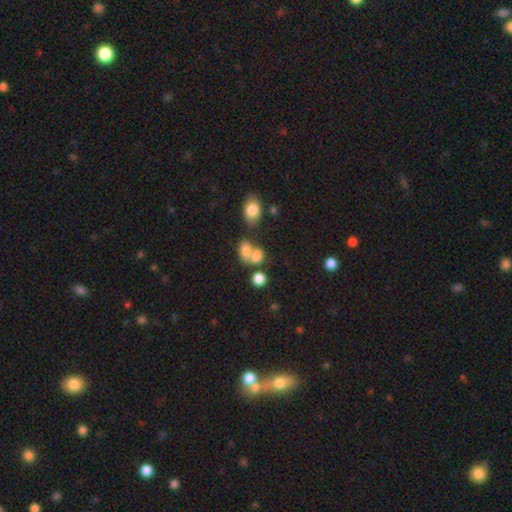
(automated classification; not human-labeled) This is likely a smooth galaxy (74%). How rounded: possibly in between (57%). Merging: possibly merger (53%).